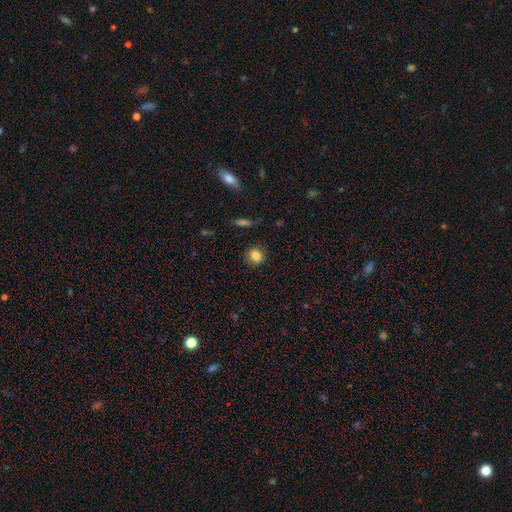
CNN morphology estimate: Q: Smooth or featured?
A: smooth (84%); runner-up: star or artifact (10%)
Q: How rounded?
A: round (76%); runner-up: in between (22%)
Q: Merging?
A: none (85%); runner-up: minor disturbance (11%)